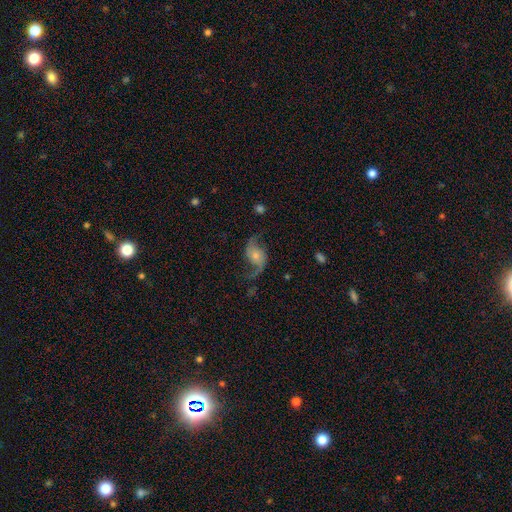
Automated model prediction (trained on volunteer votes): Smooth or featured? Predicted: featured or disk (p=0.87). Edge-on disk? Predicted: no (p=0.97). Bar? Predicted: no (p=0.68). Spiral arms? Predicted: yes (p=0.96). Spiral winding? Predicted: loose (p=0.79). Spiral arm count? Predicted: 2 (p=0.93). Bulge size? Predicted: small (p=0.52). Merging? Predicted: none (p=0.71).